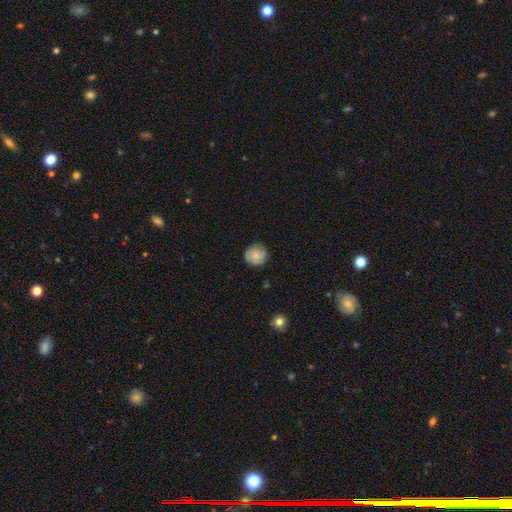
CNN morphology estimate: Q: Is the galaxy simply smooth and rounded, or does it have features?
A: smooth — 69%.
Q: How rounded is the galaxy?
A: round — 91%.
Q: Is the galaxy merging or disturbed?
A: none — 81%.